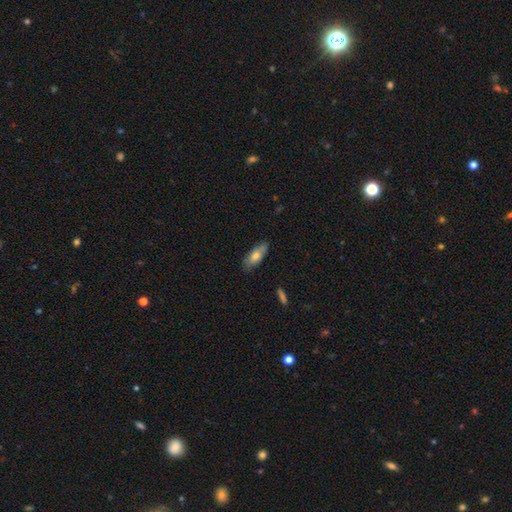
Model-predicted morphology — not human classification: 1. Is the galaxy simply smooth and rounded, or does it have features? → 71% smooth, 22% featured or disk, 7% star or artifact.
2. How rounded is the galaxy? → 71% in between, 27% cigar-shaped, 2% round.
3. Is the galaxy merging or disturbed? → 80% none, 16% minor disturbance, 3% major disturbance, 1% merger.